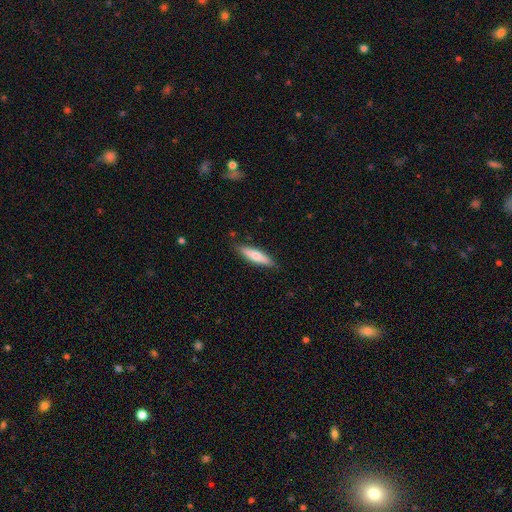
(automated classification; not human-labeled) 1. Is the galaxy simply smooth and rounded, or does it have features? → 66% smooth, 29% featured or disk, 6% star or artifact.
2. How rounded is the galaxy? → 71% cigar-shaped, 28% in between, 2% round.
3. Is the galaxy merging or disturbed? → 85% none, 11% minor disturbance, 2% major disturbance, 1% merger.